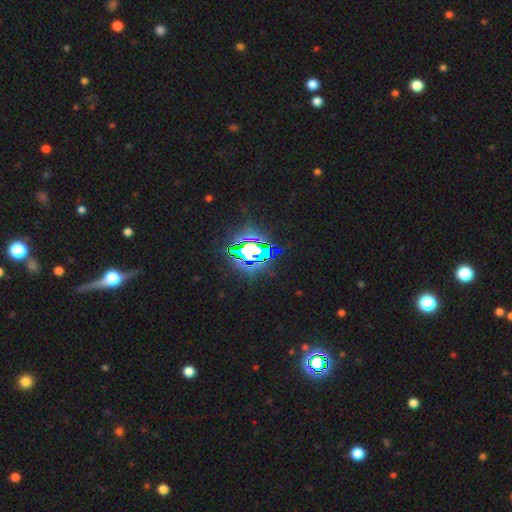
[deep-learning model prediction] This is likely a star or artifact rather than a galaxy (77%).